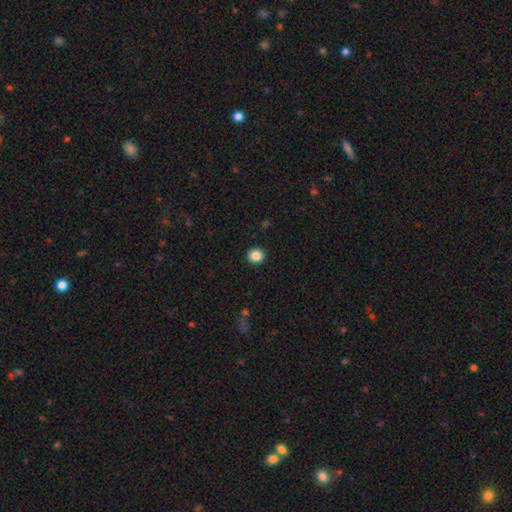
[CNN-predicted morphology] smooth-or-featured: smooth: 87% | star or artifact: 10% | featured or disk: 3%
  how-rounded: round: 89% | in between: 10% | cigar-shaped: 1%
  merging: none: 93% | minor disturbance: 5% | major disturbance: 2% | merger: 1%